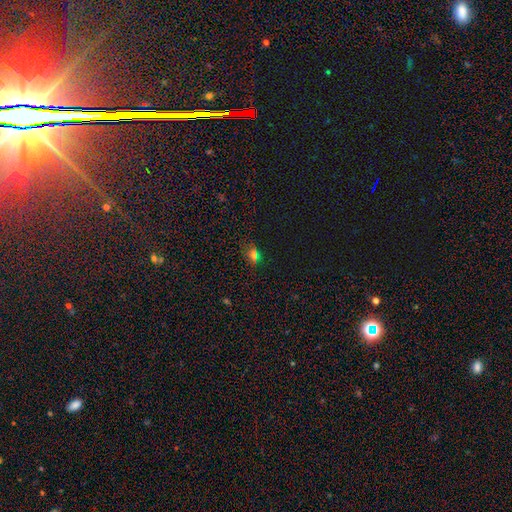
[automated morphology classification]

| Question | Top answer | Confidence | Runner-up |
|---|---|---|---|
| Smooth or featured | smooth | 55% | star or artifact (36%) |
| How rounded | in between | 61% | round (34%) |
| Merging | none | 74% | minor disturbance (16%) |